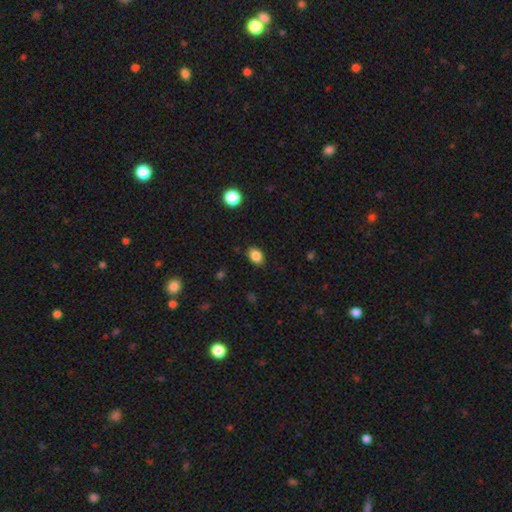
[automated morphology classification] A smooth galaxy with no disk features (85%) that is in between round and cigar-shaped (76%). Merging: none (82%).